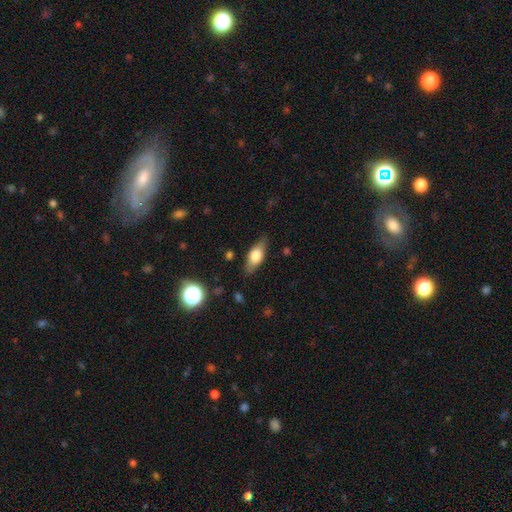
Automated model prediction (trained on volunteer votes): smooth-or-featured: smooth: 61% | featured or disk: 31% | star or artifact: 8%
  how-rounded: in between: 76% | cigar-shaped: 19% | round: 6%
  merging: none: 81% | minor disturbance: 14% | major disturbance: 4% | merger: 1%